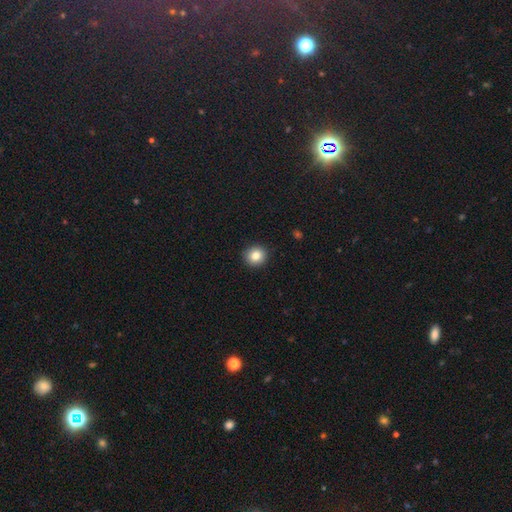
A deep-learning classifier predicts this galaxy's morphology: Smooth or featured? Predicted: smooth (p=0.83). How rounded? Predicted: round (p=0.91). Merging? Predicted: none (p=0.92).